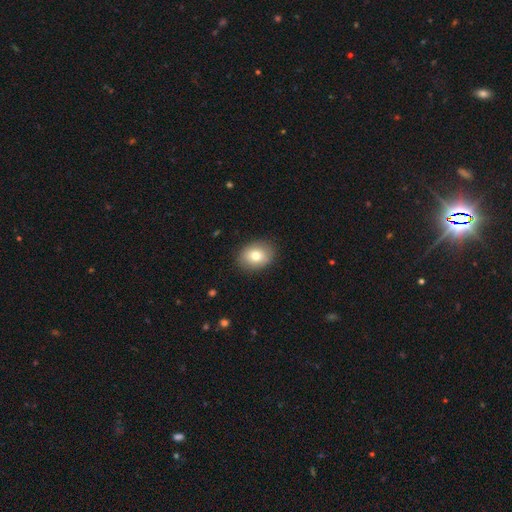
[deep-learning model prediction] smooth 76%, featured or disk 15%, star or artifact 9%. Down the decision tree: how rounded — in between (56%); merging — none (87%).